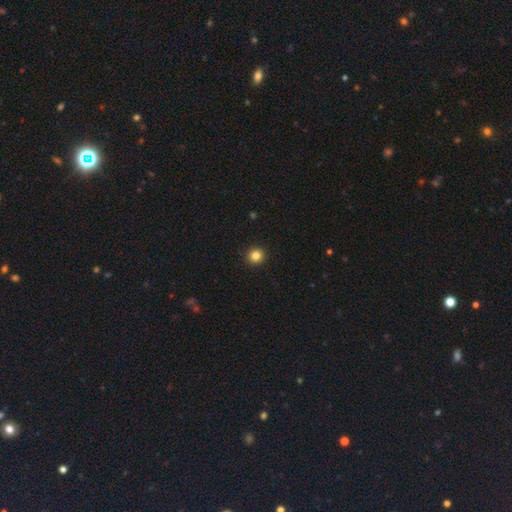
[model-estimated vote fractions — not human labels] Smooth or featured?
  - smooth: 84% *
  - star or artifact: 12%
  - featured or disk: 4%
How rounded?
  - round: 91% *
  - in between: 8%
  - cigar-shaped: 1%
Merging?
  - none: 93% *
  - minor disturbance: 4%
  - major disturbance: 2%
  - merger: 1%